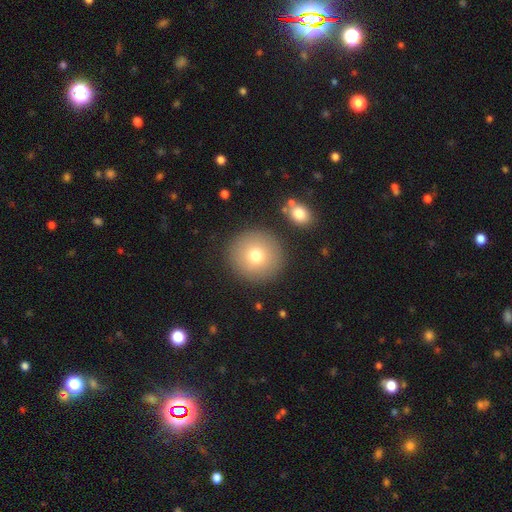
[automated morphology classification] This is likely a smooth galaxy (75%). How rounded: clearly round (94%). Merging: clearly none (87%).